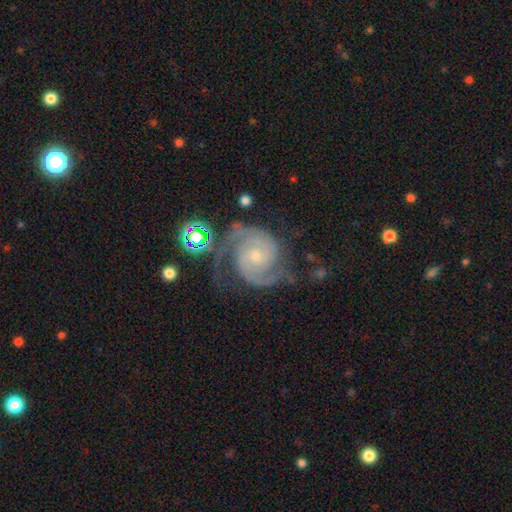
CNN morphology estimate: This appears to be a featured or disk galaxy (91%) with no bar (69%), 2 (80%) tight (52%) spiral arms (98%) and a small central bulge (70%). Merging: none (65%).